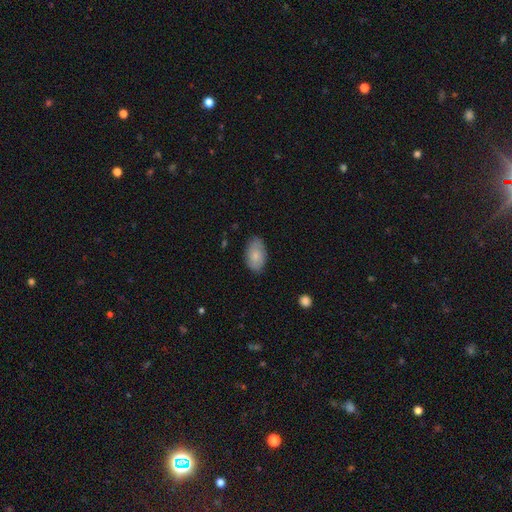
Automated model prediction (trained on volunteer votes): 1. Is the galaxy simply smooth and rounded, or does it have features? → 77% smooth, 17% featured or disk, 6% star or artifact.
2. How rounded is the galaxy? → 92% in between, 6% round, 2% cigar-shaped.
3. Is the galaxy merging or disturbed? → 78% none, 18% minor disturbance, 3% major disturbance, 1% merger.